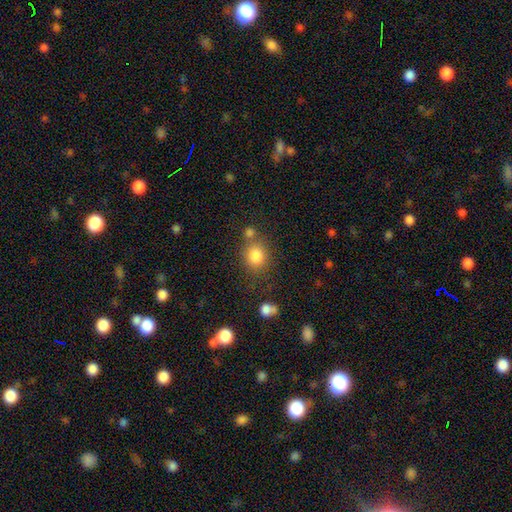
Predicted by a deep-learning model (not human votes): This is clearly a smooth galaxy (84%). How rounded: likely round (71%). Merging: likely none (66%).